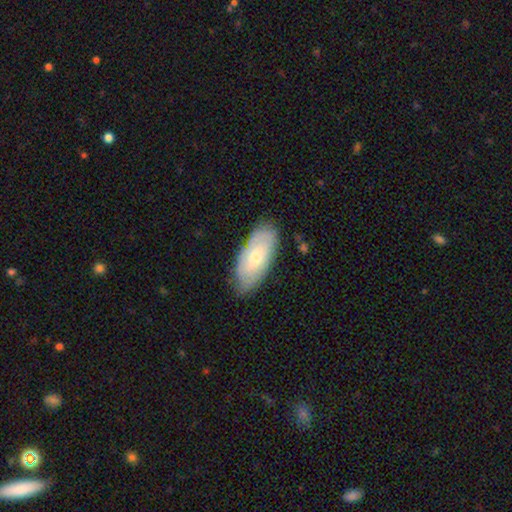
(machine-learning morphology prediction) Smooth or featured? Predicted: smooth (p=0.54). How rounded? Predicted: in between (p=0.88). Merging? Predicted: none (p=0.78).